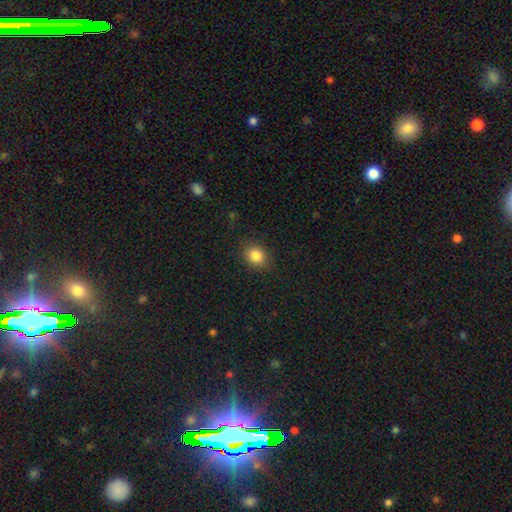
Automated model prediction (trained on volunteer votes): A smooth galaxy with no disk features (85%) that is round (57%). Merging: none (87%).